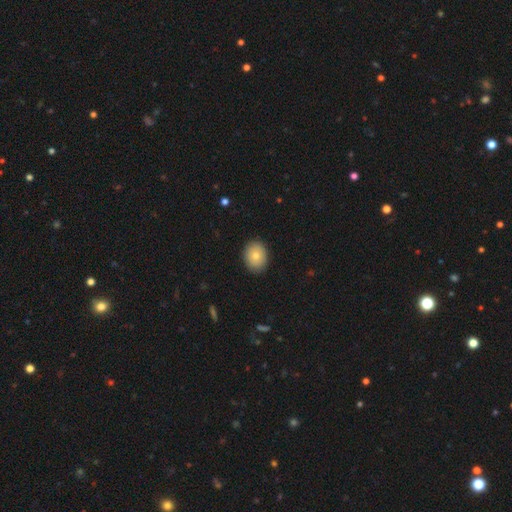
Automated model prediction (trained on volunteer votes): This appears to be a smooth galaxy with no disk features (79%) that is in between round and cigar-shaped (54%). Merging: none (89%).